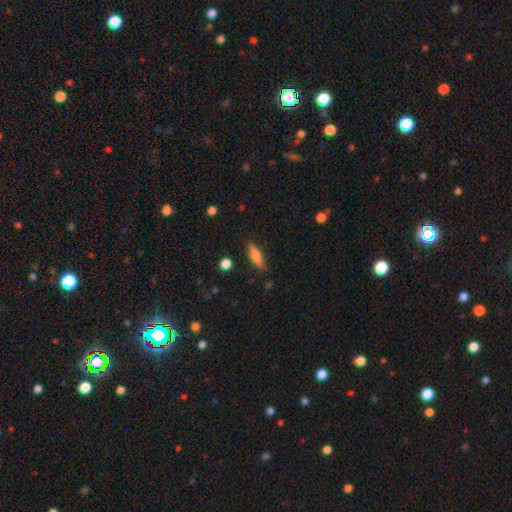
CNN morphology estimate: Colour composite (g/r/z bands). It shows a smooth galaxy with no disk features (72%) that is cigar-shaped (56%). Merging: none (80%).